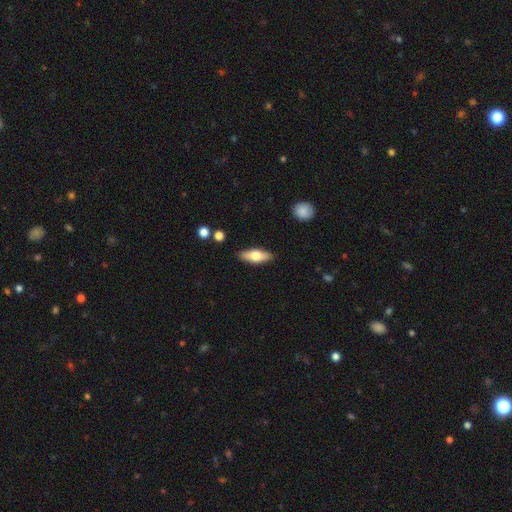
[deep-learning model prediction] Overall: smooth (64%; featured or disk 29%). How rounded: in between (70%). Merging: none (87%).